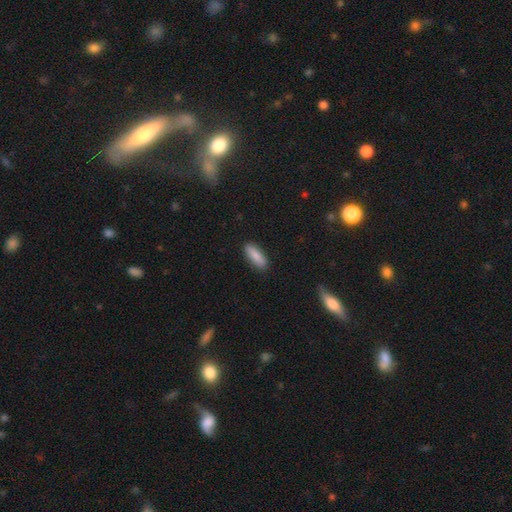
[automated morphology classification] A smooth galaxy with no disk features (85%) that is in between round and cigar-shaped (61%).

Vote fractions:
- Smooth or featured? smooth: 85% / featured or disk: 9% / star or artifact: 6%
- How rounded? in between: 61% / cigar-shaped: 37% / round: 2%
- Merging? none: 88% / minor disturbance: 9% / major disturbance: 2% / merger: 1%